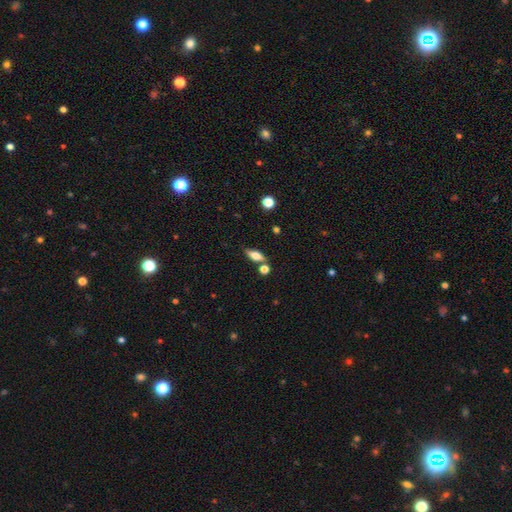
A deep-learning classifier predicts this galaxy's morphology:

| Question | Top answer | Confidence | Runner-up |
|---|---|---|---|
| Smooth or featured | smooth | 57% | featured or disk (35%) |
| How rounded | in between | 68% | cigar-shaped (26%) |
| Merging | none | 72% | minor disturbance (13%) |